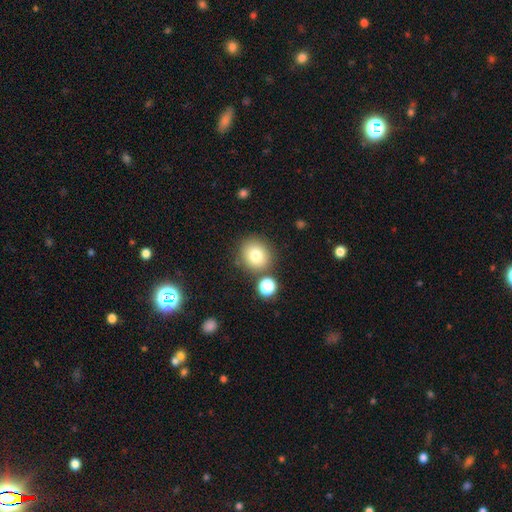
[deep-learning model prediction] smooth_or_featured: smooth (p=0.79) [alt: star or artifact p=0.11]
how_rounded: round (p=0.83) [alt: in between p=0.16]
merging: none (p=0.77) [alt: minor disturbance p=0.10]